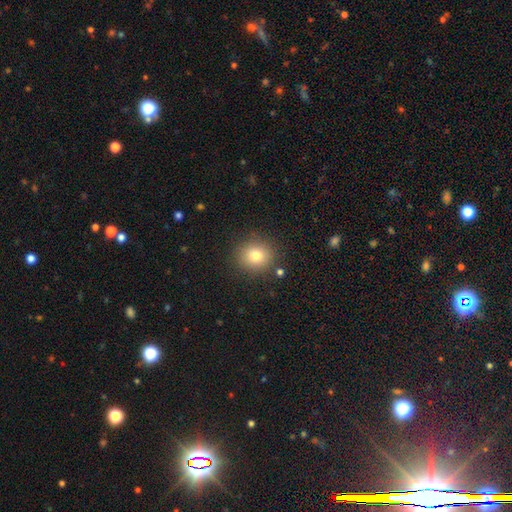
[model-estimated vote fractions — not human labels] Smooth or featured? smooth (77%)
How rounded? round (88%)
Merging? none (87%)